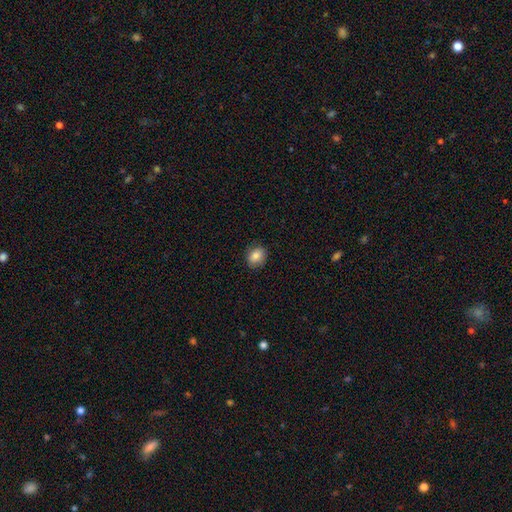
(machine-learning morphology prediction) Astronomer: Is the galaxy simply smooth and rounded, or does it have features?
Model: smooth — 83%.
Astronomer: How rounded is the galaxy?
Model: round — 57% (runner-up: in between, 42%).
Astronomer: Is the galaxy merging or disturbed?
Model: none — 86%.